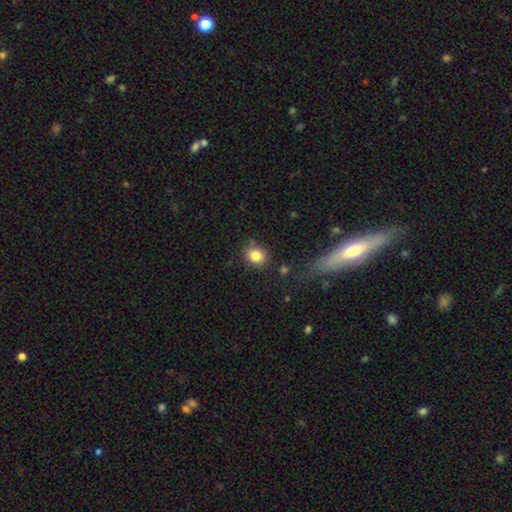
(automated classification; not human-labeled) Smooth or featured: smooth — 83% (star or artifact — 11%)
How rounded: round — 67% (in between — 32%)
Merging: none — 81% (minor disturbance — 12%)